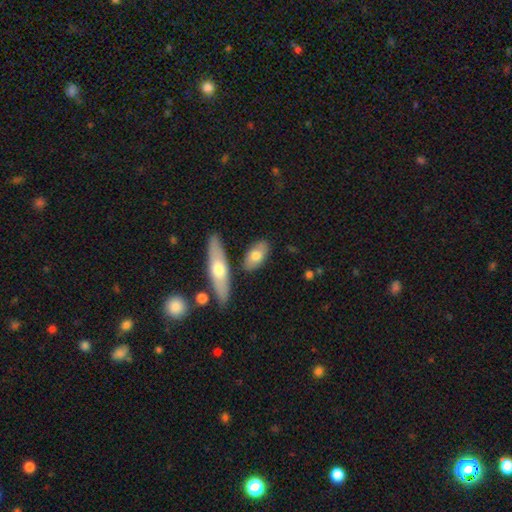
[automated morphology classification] A smooth galaxy with no disk features (70%) that is in between round and cigar-shaped (84%). Merging: none (75%).